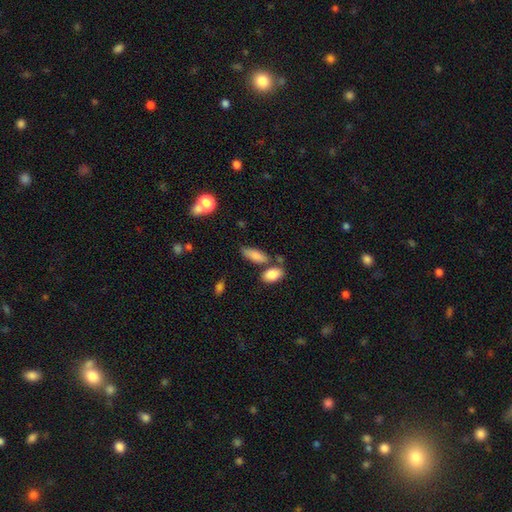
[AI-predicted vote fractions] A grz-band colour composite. It shows a smooth galaxy with no disk features (83%) that is in between round and cigar-shaped (72%). Merging: none (62%).